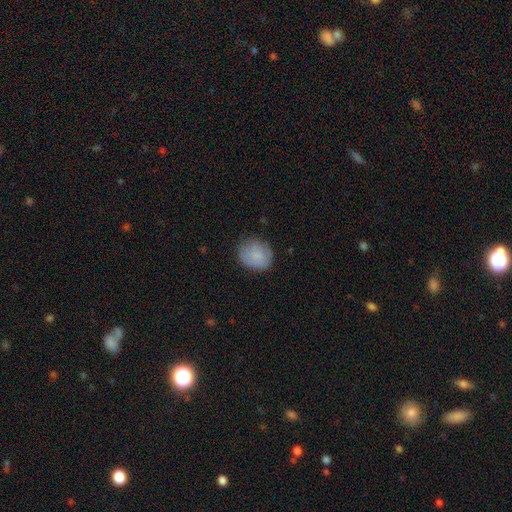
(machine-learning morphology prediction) smooth_or_featured: smooth (p=0.82) [alt: featured or disk p=0.11]
how_rounded: round (p=0.66) [alt: in between p=0.33]
merging: none (p=0.74) [alt: minor disturbance p=0.20]